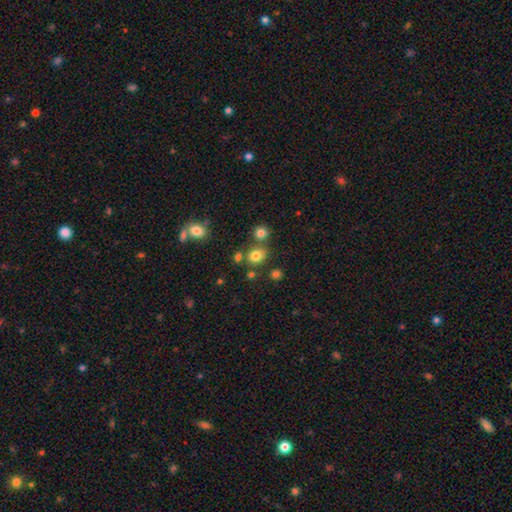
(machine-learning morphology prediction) smooth 78%, star or artifact 15%, featured or disk 7%. Down the decision tree: how rounded — round (70%); merging — none (70%).